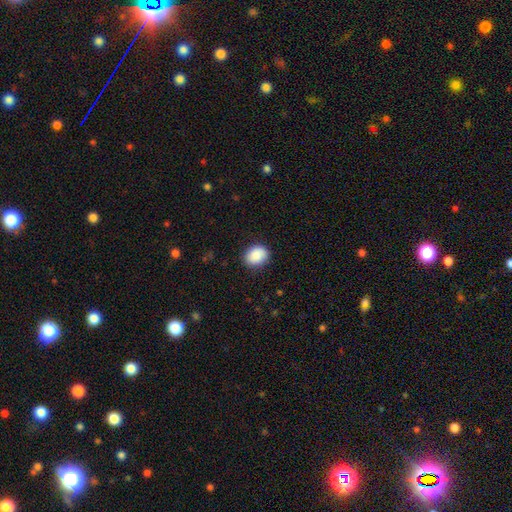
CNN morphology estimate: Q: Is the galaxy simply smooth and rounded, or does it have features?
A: smooth — 89%.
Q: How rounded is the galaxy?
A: in between — 53%.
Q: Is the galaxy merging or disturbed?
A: none — 86%.